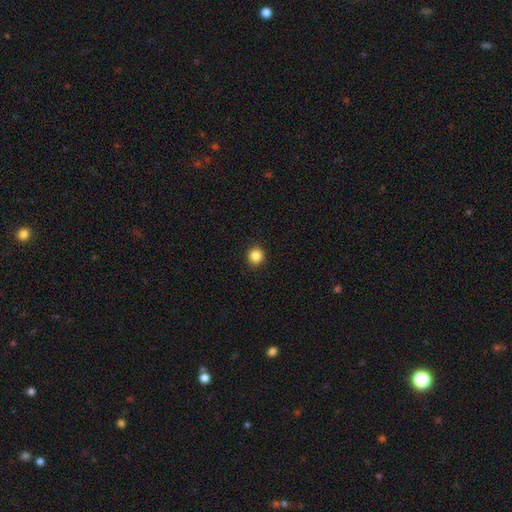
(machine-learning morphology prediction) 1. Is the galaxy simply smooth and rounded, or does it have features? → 86% smooth, 11% star or artifact, 4% featured or disk.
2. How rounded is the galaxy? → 93% round, 6% in between, 1% cigar-shaped.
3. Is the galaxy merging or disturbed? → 93% none, 5% minor disturbance, 2% major disturbance, 1% merger.